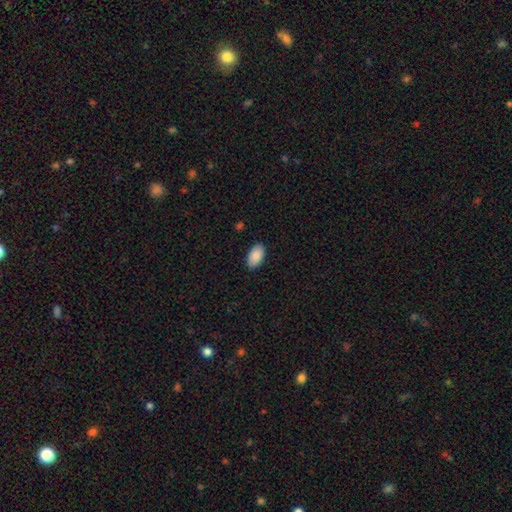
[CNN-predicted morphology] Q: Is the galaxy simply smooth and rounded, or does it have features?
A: smooth — 89%.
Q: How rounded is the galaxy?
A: in between — 95%.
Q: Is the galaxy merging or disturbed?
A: none — 88%.